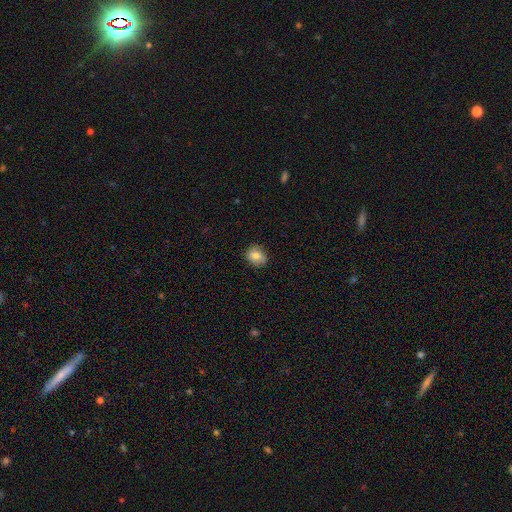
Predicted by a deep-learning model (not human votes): Smooth or featured? smooth (79%)
How rounded? round (56%)
Merging? none (83%)